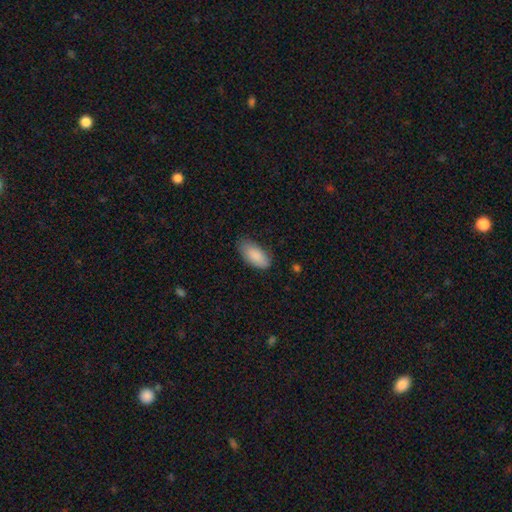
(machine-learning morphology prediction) Smooth or featured?
  - smooth: 88% *
  - star or artifact: 6%
  - featured or disk: 6%
How rounded?
  - in between: 93% *
  - cigar-shaped: 5%
  - round: 2%
Merging?
  - none: 76% *
  - minor disturbance: 19%
  - major disturbance: 4%
  - merger: 1%